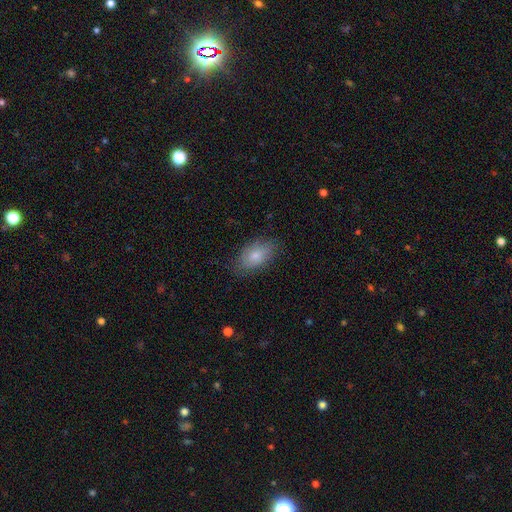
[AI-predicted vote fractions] Smooth or featured? Predicted: smooth (p=0.76). How rounded? Predicted: in between (p=0.91). Merging? Predicted: none (p=0.77).